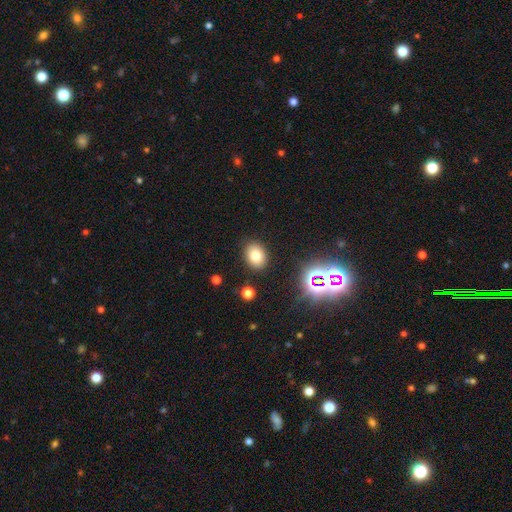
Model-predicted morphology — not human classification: A smooth galaxy with no disk features (77%) that is in between round and cigar-shaped (57%).

Vote fractions:
- Smooth or featured? smooth: 77% / star or artifact: 14% / featured or disk: 9%
- How rounded? in between: 57% / round: 42% / cigar-shaped: 1%
- Merging? none: 88% / minor disturbance: 8% / major disturbance: 3% / merger: 2%